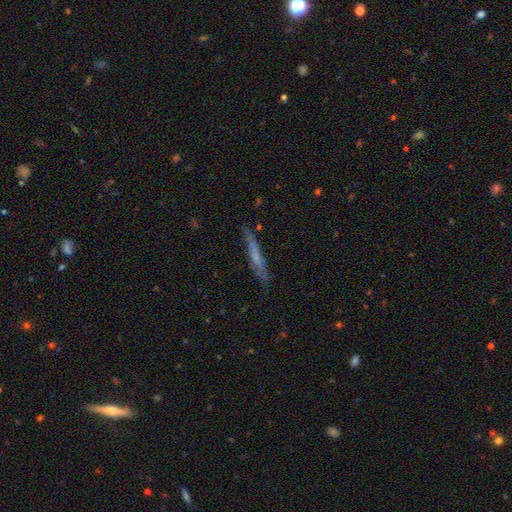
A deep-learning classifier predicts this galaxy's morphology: smooth-or-featured: smooth: 46% (tied) | featured or disk: 46% (tied) | star or artifact: 8%
  merging: none: 76% | minor disturbance: 18% | major disturbance: 4% | merger: 2%